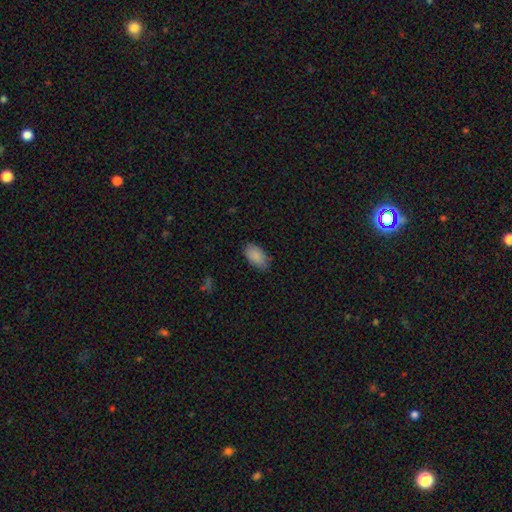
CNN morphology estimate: Overall: smooth (89%). How rounded: in between (94%). Merging: none (81%).